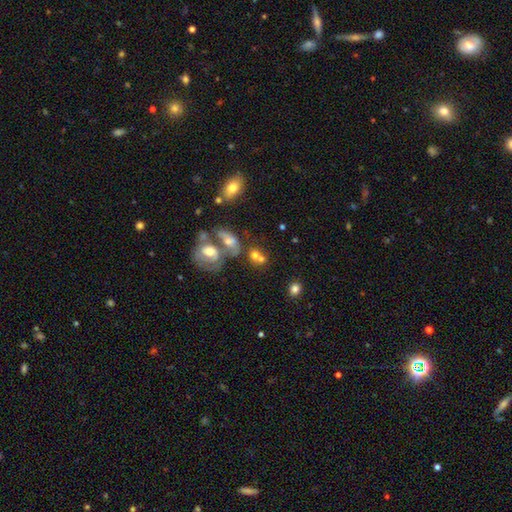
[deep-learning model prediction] Smooth or featured? smooth (60%)
How rounded? round (56%)
Merging? merger (54%)